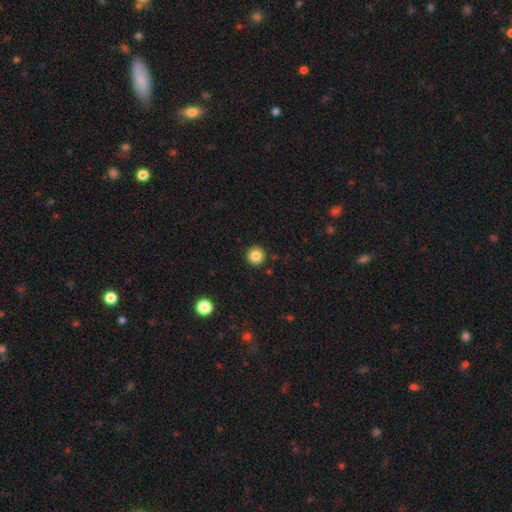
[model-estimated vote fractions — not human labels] Smooth or featured?
  - smooth: 84% *
  - star or artifact: 11%
  - featured or disk: 5%
How rounded?
  - round: 95% *
  - in between: 4%
  - cigar-shaped: 1%
Merging?
  - none: 92% *
  - minor disturbance: 5%
  - major disturbance: 2%
  - merger: 2%